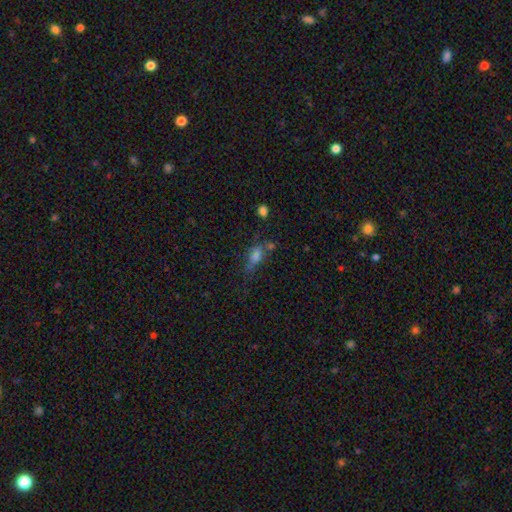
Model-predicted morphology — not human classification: type=smooth (58%); roundness=in between (66%); merging=none (44%).